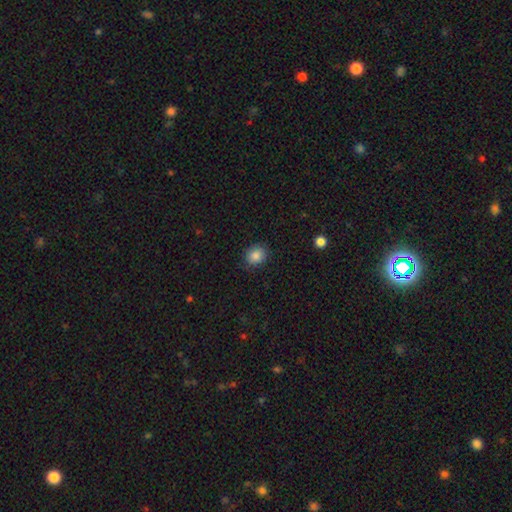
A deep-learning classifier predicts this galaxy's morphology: Q: Smooth or featured?
A: smooth (86%); runner-up: star or artifact (10%)
Q: How rounded?
A: round (77%); runner-up: in between (23%)
Q: Merging?
A: none (87%); runner-up: minor disturbance (10%)